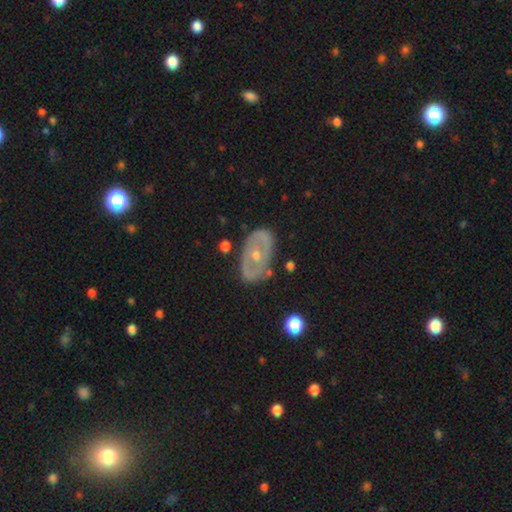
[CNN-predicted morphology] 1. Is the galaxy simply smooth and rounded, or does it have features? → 69% featured or disk, 25% smooth, 6% star or artifact.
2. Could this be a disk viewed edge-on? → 92% no, 8% yes.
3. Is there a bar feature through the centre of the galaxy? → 76% no, 16% weak, 8% strong.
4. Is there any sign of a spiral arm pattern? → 73% no, 27% yes.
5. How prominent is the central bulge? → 51% moderate, 46% small, 1% large, 1% none, 1% dominant.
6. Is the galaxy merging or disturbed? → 78% none, 15% minor disturbance, 5% major disturbance, 2% merger.